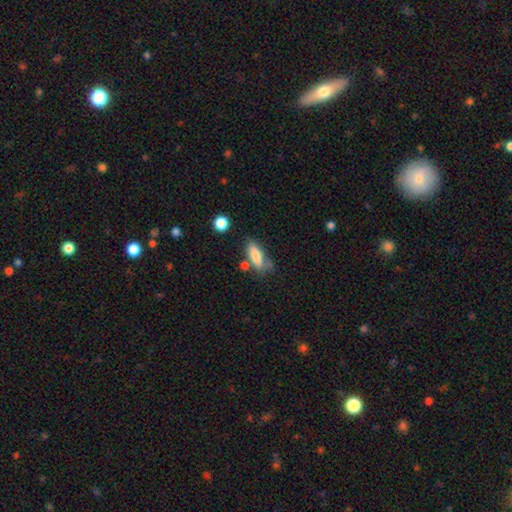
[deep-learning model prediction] A smooth galaxy with no disk features (77%) that is in between round and cigar-shaped (62%).

Vote fractions:
- Smooth or featured? smooth: 77% / featured or disk: 15% / star or artifact: 8%
- How rounded? in between: 62% / cigar-shaped: 36% / round: 3%
- Merging? none: 56% / minor disturbance: 23% / merger: 12% / major disturbance: 8%